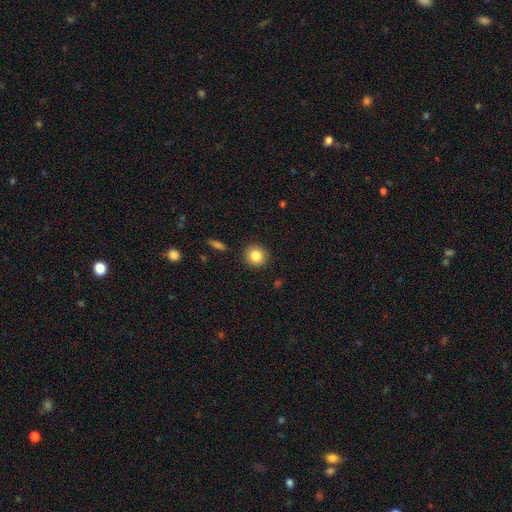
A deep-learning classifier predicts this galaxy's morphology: Smooth or featured? Predicted: smooth (p=0.84). How rounded? Predicted: round (p=0.88). Merging? Predicted: none (p=0.90).